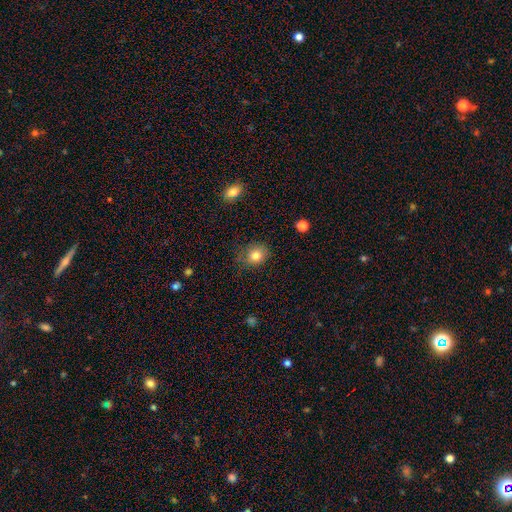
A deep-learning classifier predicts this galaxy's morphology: A smooth galaxy with no disk features (82%) that is round (65%).

Vote fractions:
- Smooth or featured? smooth: 82% / star or artifact: 11% / featured or disk: 7%
- How rounded? round: 65% / in between: 34% / cigar-shaped: 1%
- Merging? none: 73% / minor disturbance: 21% / major disturbance: 5% / merger: 1%